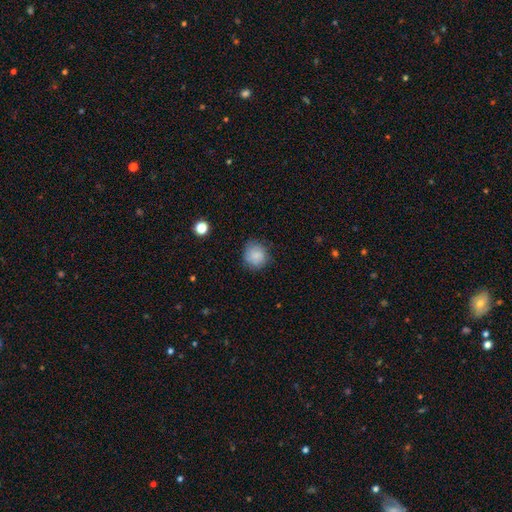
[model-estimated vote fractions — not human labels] Morphology: type=smooth (83%); roundness=round (86%); merging=none (76%).